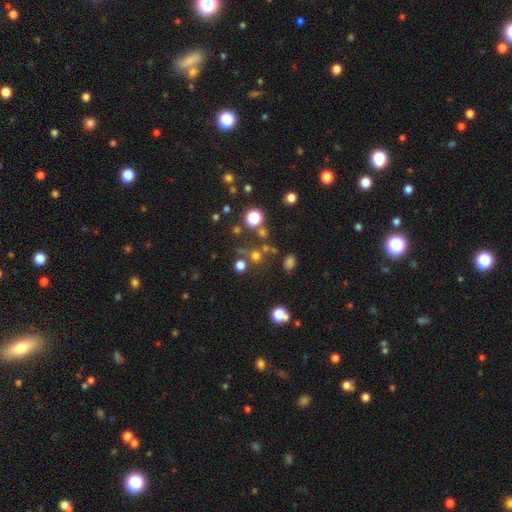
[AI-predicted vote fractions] A smooth galaxy with no disk features (59%) that is round (91%).

Vote fractions:
- Smooth or featured? smooth: 59% / star or artifact: 30% / featured or disk: 10%
- How rounded? round: 91% / in between: 8% / cigar-shaped: 1%
- Merging? none: 69% / merger: 17% / minor disturbance: 9% / major disturbance: 5%